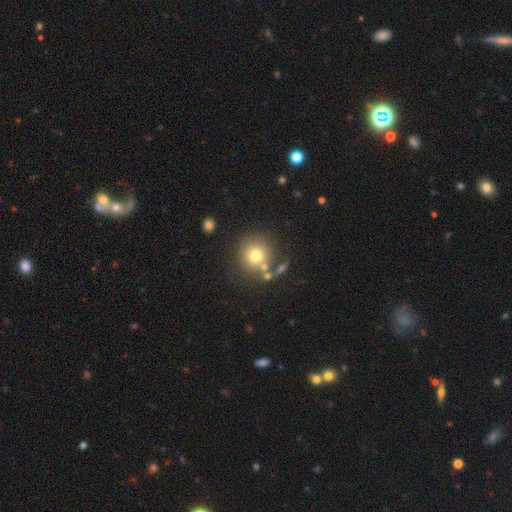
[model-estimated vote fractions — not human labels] Morphology: type=smooth (74%); roundness=round (91%); merging=none (71%).